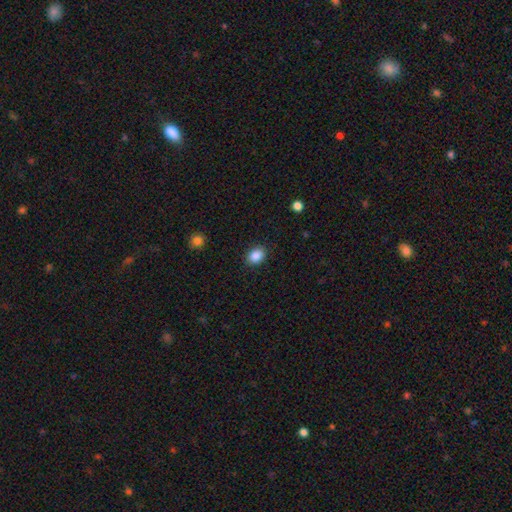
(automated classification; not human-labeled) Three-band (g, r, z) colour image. It shows a smooth galaxy with no disk features (88%) that is in between round and cigar-shaped (65%). Merging: none (88%).